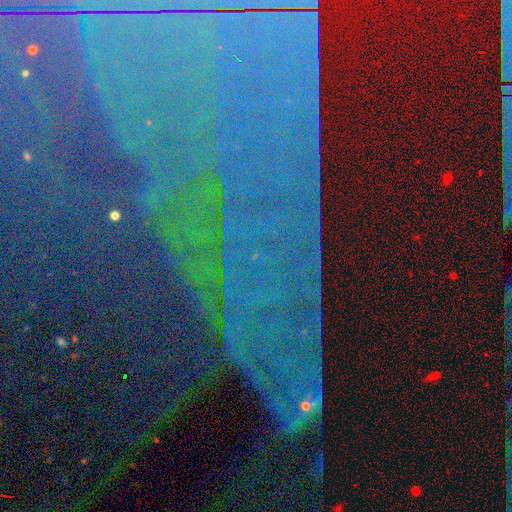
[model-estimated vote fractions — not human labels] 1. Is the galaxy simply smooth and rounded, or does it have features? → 85% star or artifact, 8% featured or disk, 7% smooth.